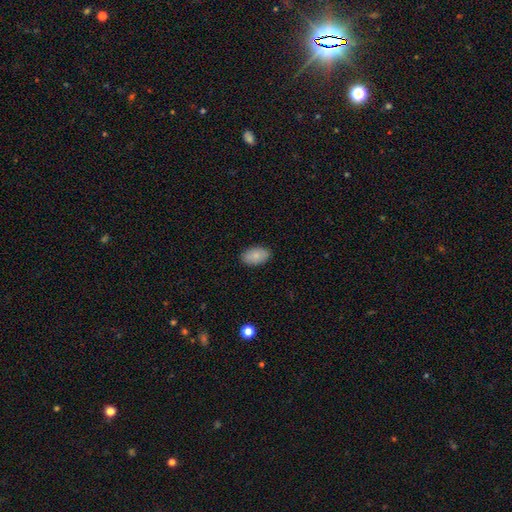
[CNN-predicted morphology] smooth 87%, star or artifact 7%, featured or disk 6%. Down the decision tree: how rounded — in between (92%); merging — none (89%).